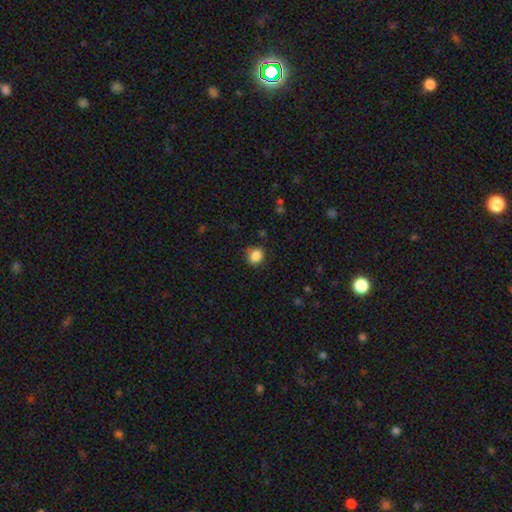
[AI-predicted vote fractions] A smooth galaxy with no disk features (86%) that is round (69%). Merging: none (80%).